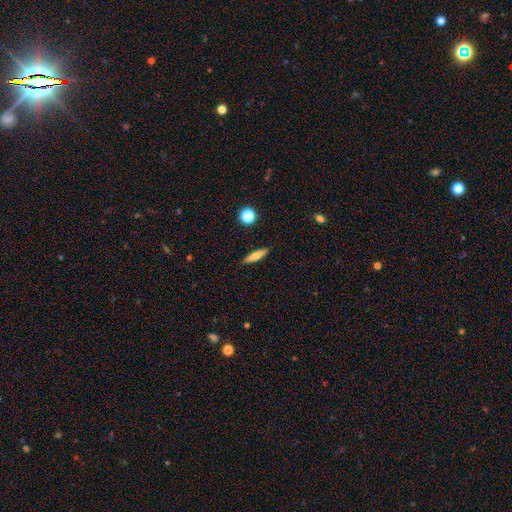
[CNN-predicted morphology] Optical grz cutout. It shows a smooth galaxy with no disk features (67%) that is cigar-shaped (80%). Merging: none (90%).